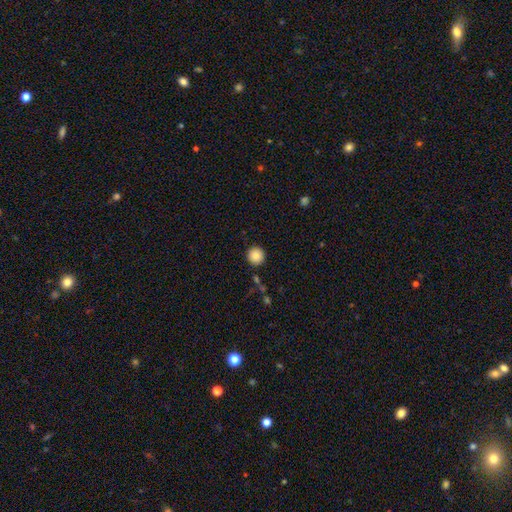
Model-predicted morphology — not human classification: Smooth or featured?
  - smooth: 88% *
  - star or artifact: 9%
  - featured or disk: 4%
How rounded?
  - round: 95% *
  - in between: 4%
  - cigar-shaped: 1%
Merging?
  - none: 91% *
  - minor disturbance: 5%
  - merger: 2%
  - major disturbance: 2%